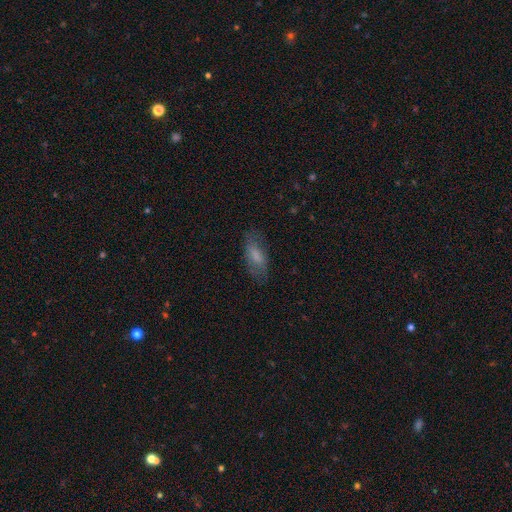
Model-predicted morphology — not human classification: Overall: smooth (68%). How rounded: in between (79%). Merging: none (73%).